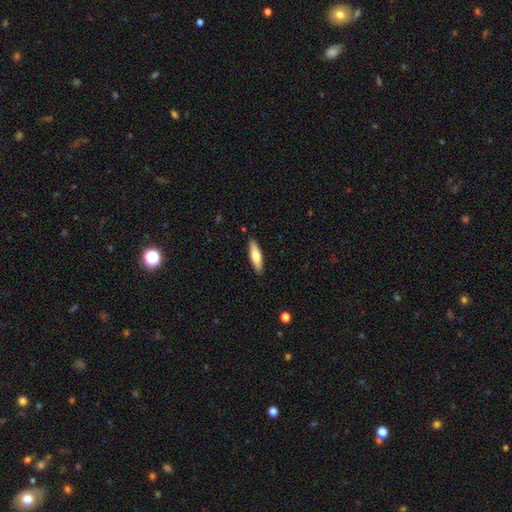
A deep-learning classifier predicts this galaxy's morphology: The model was most divided on "smooth or featured": smooth: 63%, featured or disk: 32%, star or artifact: 5%. More confident: merging — none (89%); how rounded — cigar-shaped (65%).